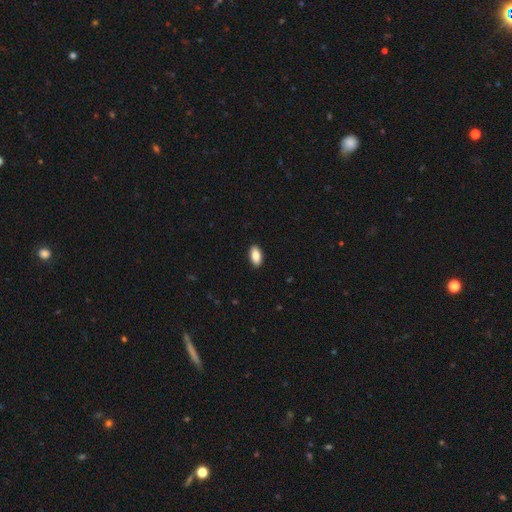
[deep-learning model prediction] Smooth or featured: smooth — 85% (featured or disk — 8%)
How rounded: in between — 93% (cigar-shaped — 4%)
Merging: none — 91% (minor disturbance — 7%)